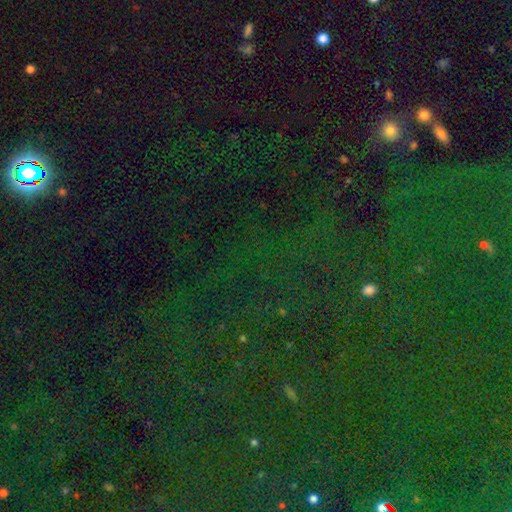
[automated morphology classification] A star or artifact, not a galaxy (82%).